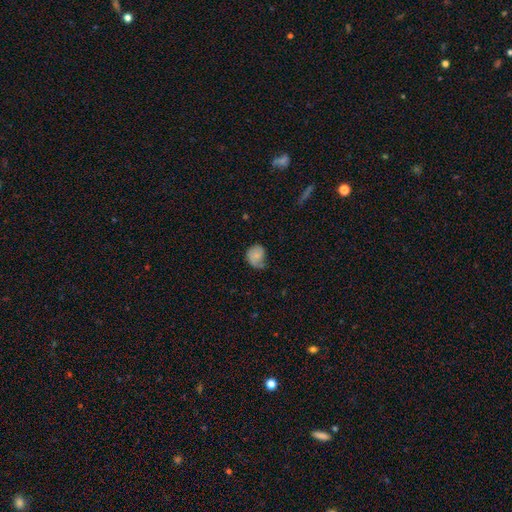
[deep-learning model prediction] This appears to be a smooth galaxy with no disk features (59%) that is round (56%). Merging: none (42%).